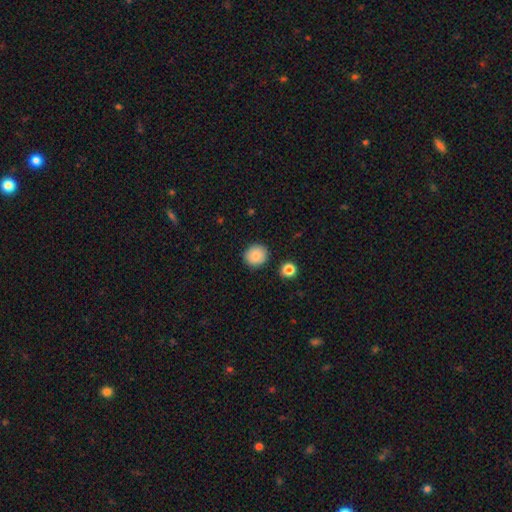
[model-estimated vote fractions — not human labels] This appears to be a smooth galaxy with no disk features (86%) that is round (89%). Merging: none (90%).